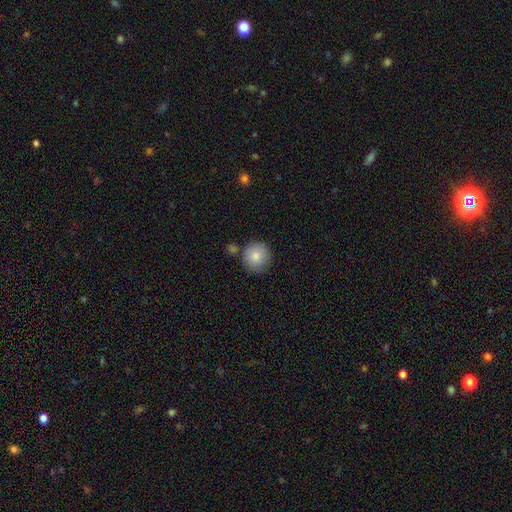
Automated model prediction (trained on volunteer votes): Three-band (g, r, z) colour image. It shows a smooth galaxy with no disk features (83%) that is round (93%). Merging: none (76%).